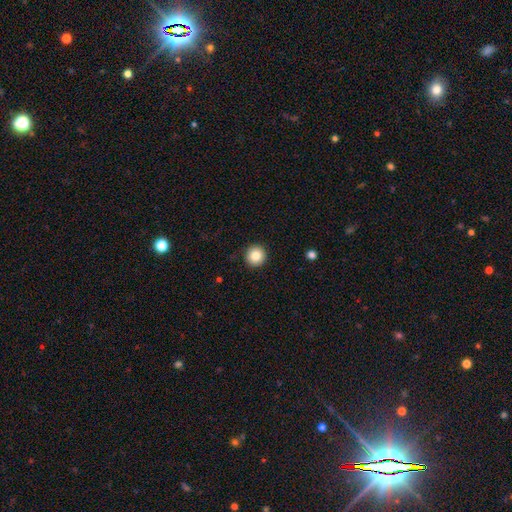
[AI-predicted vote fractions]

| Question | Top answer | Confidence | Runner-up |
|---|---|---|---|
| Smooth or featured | smooth | 84% | star or artifact (10%) |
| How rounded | round | 96% | in between (3%) |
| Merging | none | 92% | minor disturbance (5%) |